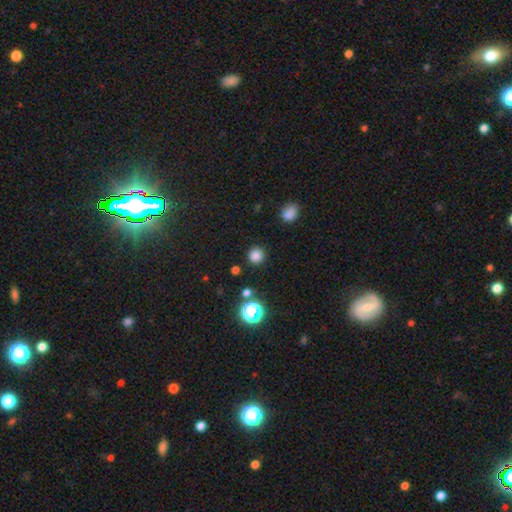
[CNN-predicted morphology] Smooth or featured: smooth — 79% (star or artifact — 17%)
How rounded: round — 94% (in between — 5%)
Merging: none — 88% (minor disturbance — 7%)